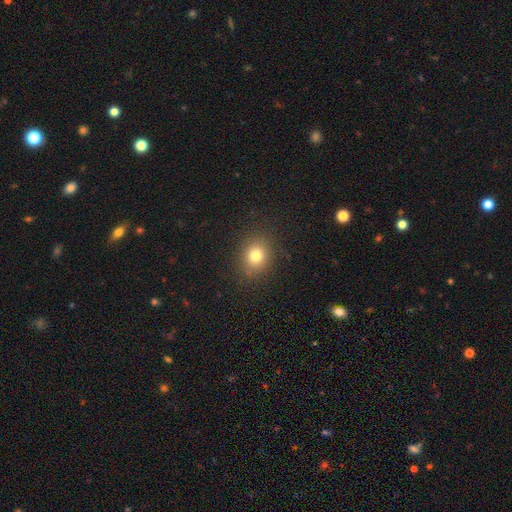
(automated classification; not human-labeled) A smooth galaxy with no disk features (78%) that is round (69%). Merging: none (87%).